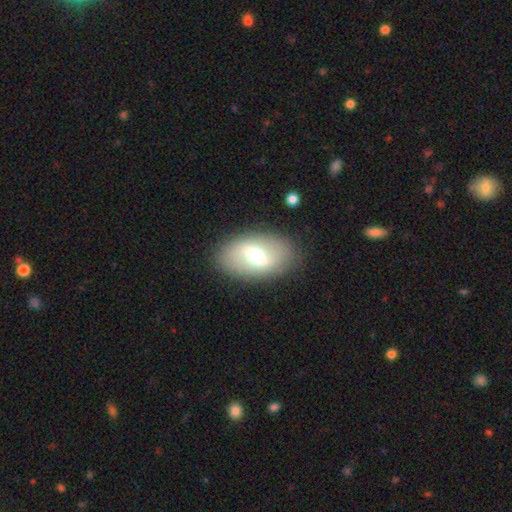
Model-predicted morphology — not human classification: Smooth or featured: featured or disk — 48% (smooth — 44%)
Merging: none — 85% (minor disturbance — 10%)